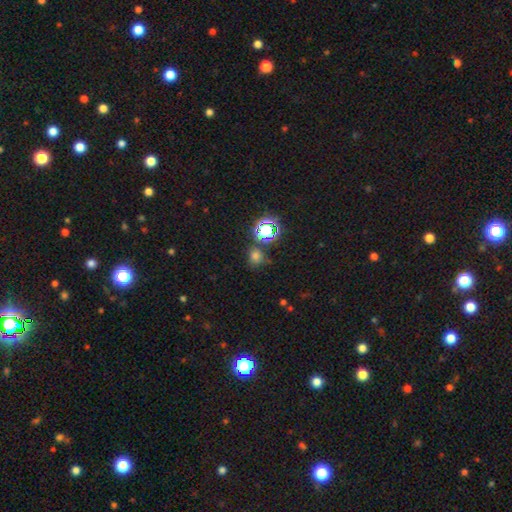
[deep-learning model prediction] smooth 63%, star or artifact 31%, featured or disk 6%. Down the decision tree: how rounded — round (78%); merging — none (74%).